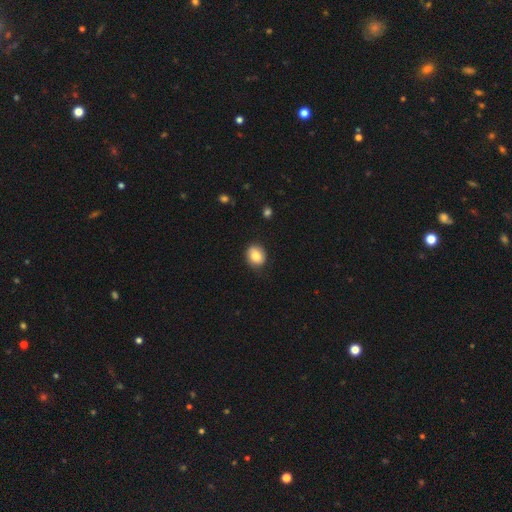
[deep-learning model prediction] smooth-or-featured: smooth: 81% | featured or disk: 11% | star or artifact: 8%
  how-rounded: round: 58% | in between: 41% | cigar-shaped: 1%
  merging: none: 81% | minor disturbance: 15% | major disturbance: 3% | merger: 1%